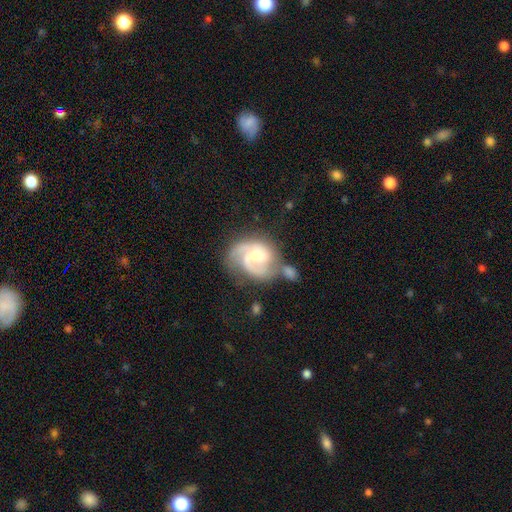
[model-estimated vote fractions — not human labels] Morphology: type=featured or disk (84%); edge-on=no (98%); bar=no (47%); spiral arms=yes (96%); winding=medium (51%); arm count=2 (62%); bulge=moderate (55%); merging=none (41%).